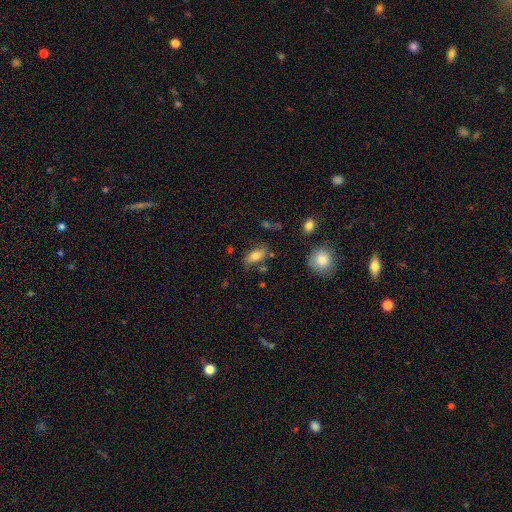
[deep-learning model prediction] The model was most divided on "merging": none: 68%, minor disturbance: 21%, major disturbance: 6%, merger: 5%. More confident: how rounded — in between (85%); smooth or featured — smooth (72%).